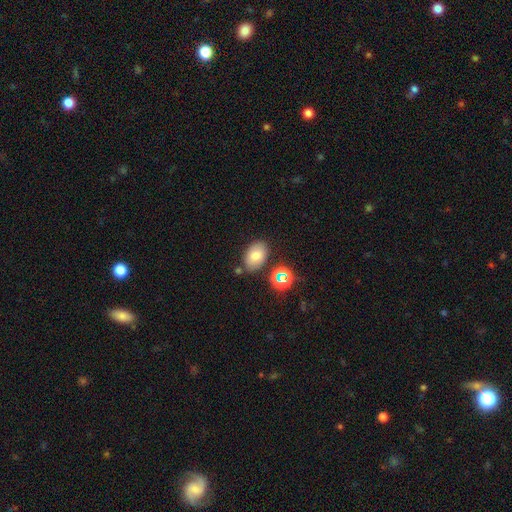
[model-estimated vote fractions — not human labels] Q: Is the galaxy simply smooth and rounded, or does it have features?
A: smooth — 74%.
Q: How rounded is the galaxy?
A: in between — 84%.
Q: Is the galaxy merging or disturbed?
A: none — 76%.